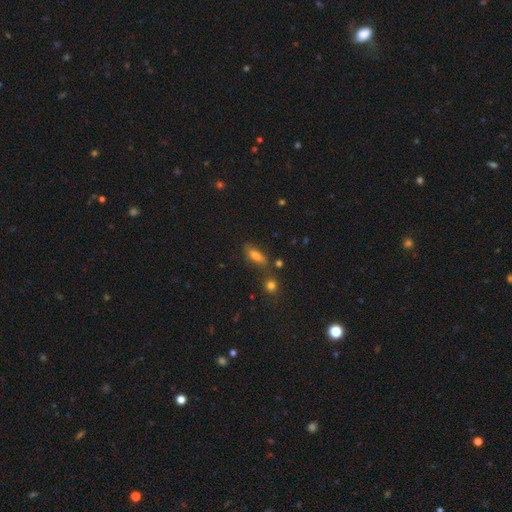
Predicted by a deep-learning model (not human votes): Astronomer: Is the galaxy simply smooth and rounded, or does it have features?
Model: smooth — 72%.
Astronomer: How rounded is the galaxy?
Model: in between — 68%.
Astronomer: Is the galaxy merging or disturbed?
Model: none — 70%.